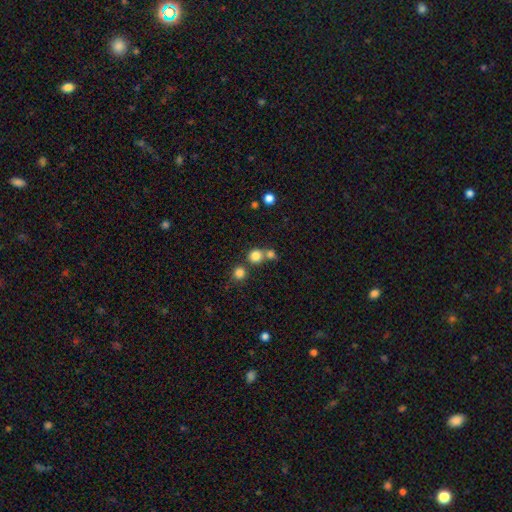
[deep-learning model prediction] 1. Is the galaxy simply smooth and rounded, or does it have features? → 79% smooth, 14% star or artifact, 7% featured or disk.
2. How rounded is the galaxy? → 89% round, 10% in between, 1% cigar-shaped.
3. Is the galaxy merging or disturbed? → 56% none, 34% merger, 7% minor disturbance, 3% major disturbance.